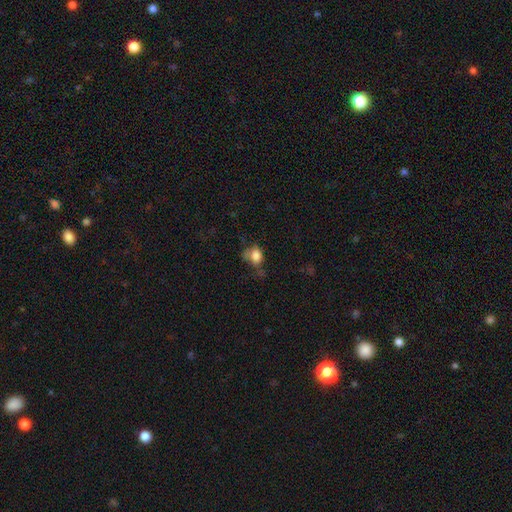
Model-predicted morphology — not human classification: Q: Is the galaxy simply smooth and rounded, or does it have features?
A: smooth — 78%.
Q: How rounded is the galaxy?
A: in between — 57%.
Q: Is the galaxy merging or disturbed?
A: none — 36%.